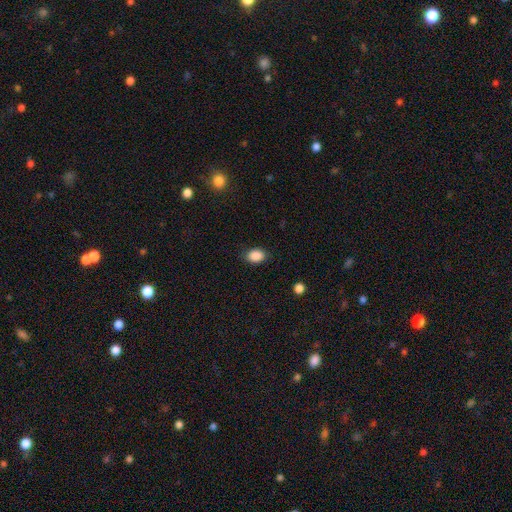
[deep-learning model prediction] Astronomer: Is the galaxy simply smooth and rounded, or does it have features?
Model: smooth — 88%.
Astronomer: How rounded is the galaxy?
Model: in between — 76%.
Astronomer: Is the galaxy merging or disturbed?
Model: none — 85%.